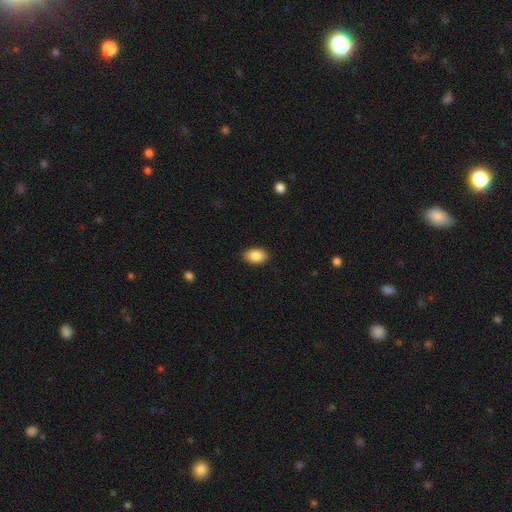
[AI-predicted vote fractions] Smooth or featured?
  - smooth: 88% *
  - star or artifact: 7%
  - featured or disk: 5%
How rounded?
  - in between: 87% *
  - round: 12%
  - cigar-shaped: 1%
Merging?
  - none: 88% *
  - minor disturbance: 9%
  - major disturbance: 2%
  - merger: 1%